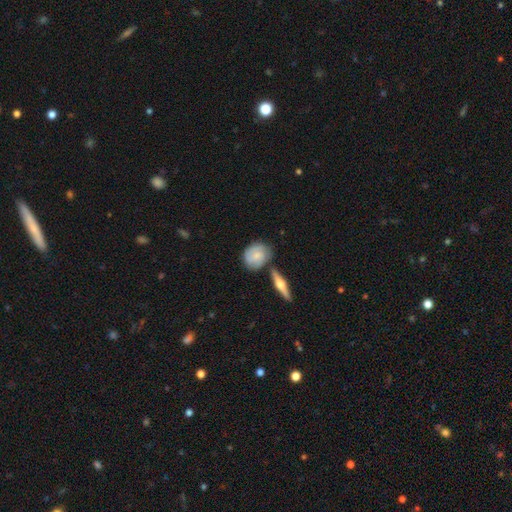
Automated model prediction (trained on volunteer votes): Smooth or featured? smooth (47%, tied with featured or disk)
Merging? none (65%)